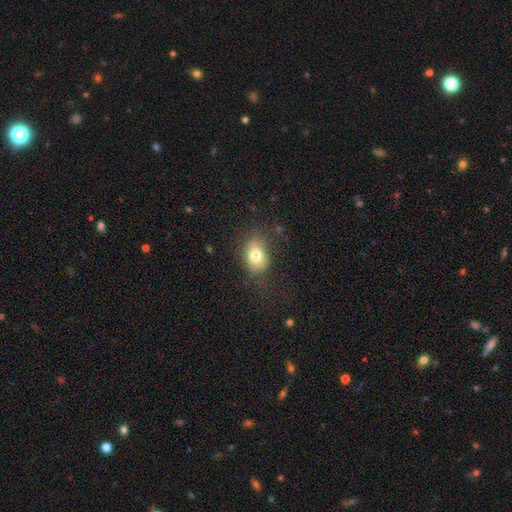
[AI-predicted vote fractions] smooth 76%, featured or disk 14%, star or artifact 10%. Down the decision tree: how rounded — in between (72%); merging — none (68%).